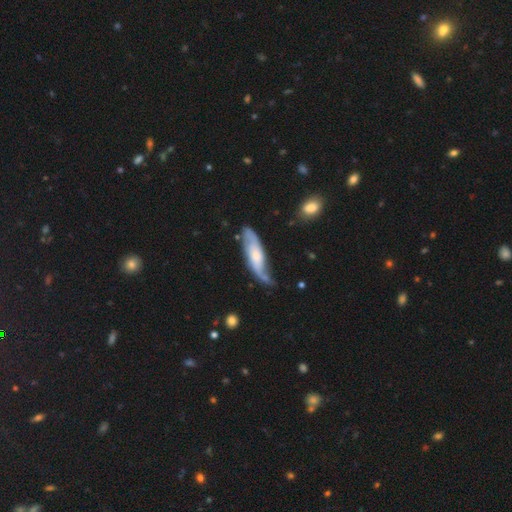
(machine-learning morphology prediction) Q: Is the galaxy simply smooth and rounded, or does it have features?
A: featured or disk — 60%.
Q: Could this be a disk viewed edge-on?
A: no — 73%.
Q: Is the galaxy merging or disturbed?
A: none — 57%.